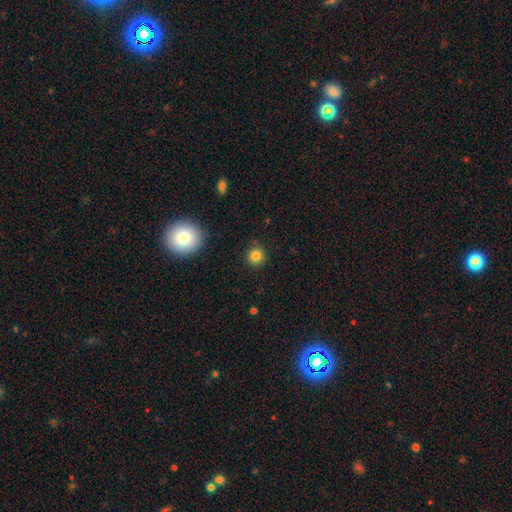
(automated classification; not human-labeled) This appears to be a smooth galaxy with no disk features (83%) that is round (92%). Merging: none (90%).